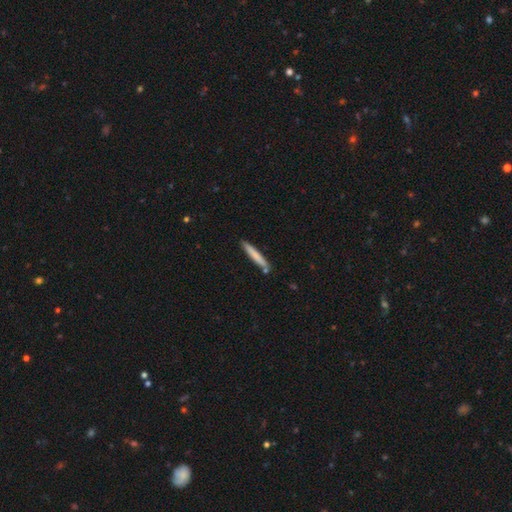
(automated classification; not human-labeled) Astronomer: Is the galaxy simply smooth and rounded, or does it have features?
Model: smooth — 75%.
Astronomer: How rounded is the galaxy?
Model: cigar-shaped — 96%.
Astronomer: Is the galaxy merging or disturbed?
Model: none — 83%.